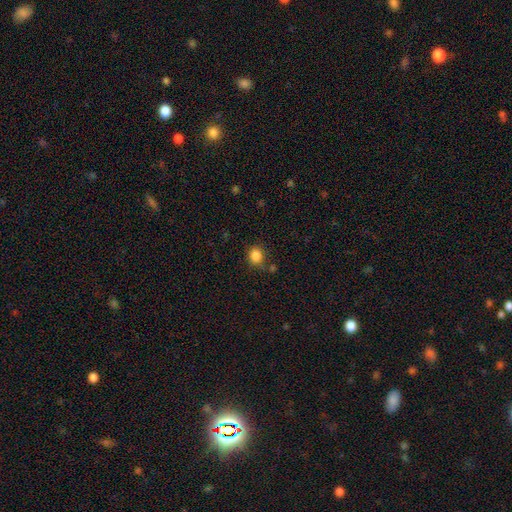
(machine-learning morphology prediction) A smooth galaxy with no disk features (85%) that is round (70%).

Vote fractions:
- Smooth or featured? smooth: 85% / star or artifact: 11% / featured or disk: 4%
- How rounded? round: 70% / in between: 30% / cigar-shaped: 1%
- Merging? none: 75% / minor disturbance: 15% / merger: 6% / major disturbance: 5%